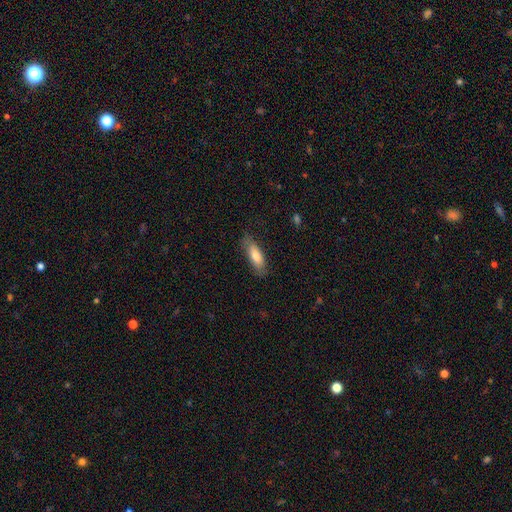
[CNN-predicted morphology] smooth-or-featured: smooth: 77% | featured or disk: 17% | star or artifact: 6%
  how-rounded: in between: 65% | cigar-shaped: 33% | round: 2%
  merging: none: 75% | minor disturbance: 19% | major disturbance: 5% | merger: 1%